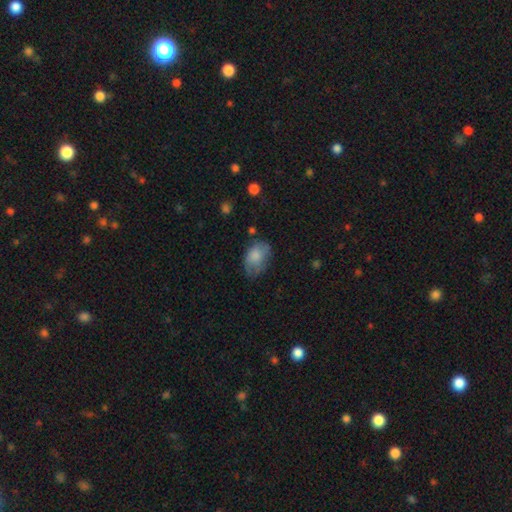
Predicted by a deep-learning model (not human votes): Smooth or featured: smooth — 78% (featured or disk — 15%)
How rounded: in between — 84% (round — 15%)
Merging: none — 52% (minor disturbance — 32%)